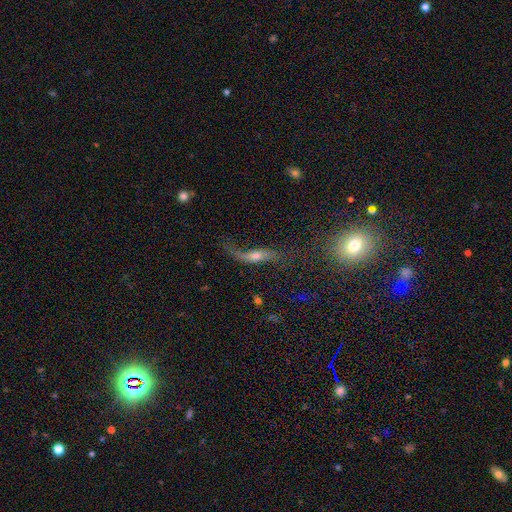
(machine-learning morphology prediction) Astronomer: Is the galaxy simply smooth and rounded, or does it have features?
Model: featured or disk — 62%.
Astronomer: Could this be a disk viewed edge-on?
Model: no — 69%.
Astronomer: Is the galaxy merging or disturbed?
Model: none — 41% (runner-up: major disturbance, 33%).